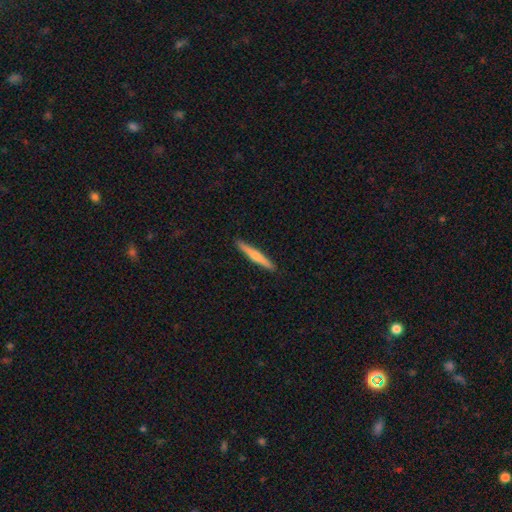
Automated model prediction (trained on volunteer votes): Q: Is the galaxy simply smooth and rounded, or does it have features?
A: smooth — 48%.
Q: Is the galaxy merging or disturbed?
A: none — 92%.